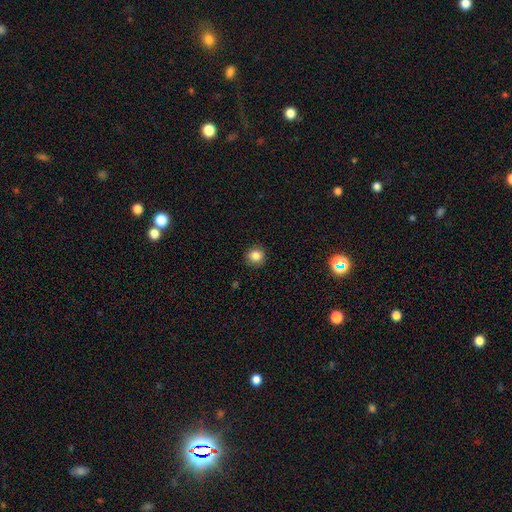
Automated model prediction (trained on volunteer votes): A smooth galaxy with no disk features (85%) that is round (86%).

Vote fractions:
- Smooth or featured? smooth: 85% / star or artifact: 11% / featured or disk: 5%
- How rounded? round: 86% / in between: 13% / cigar-shaped: 1%
- Merging? none: 90% / minor disturbance: 7% / major disturbance: 2% / merger: 1%